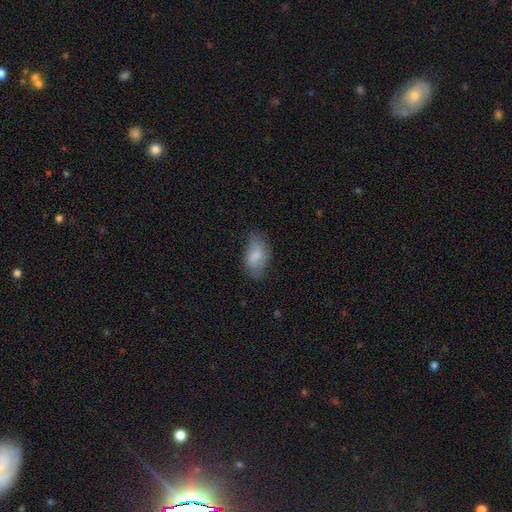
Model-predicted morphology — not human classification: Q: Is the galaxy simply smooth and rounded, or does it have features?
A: smooth — 77%.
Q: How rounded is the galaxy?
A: in between — 93%.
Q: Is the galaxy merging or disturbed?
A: none — 65%.